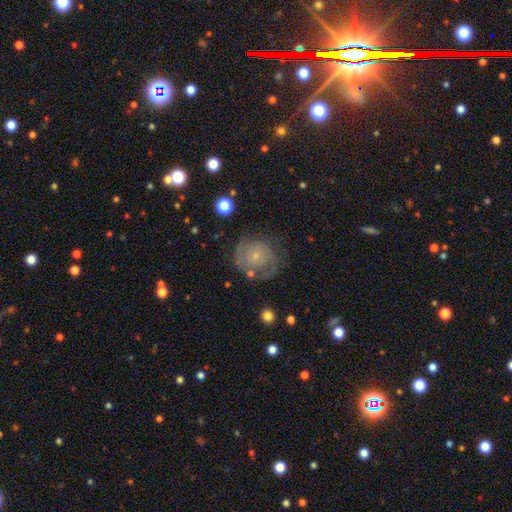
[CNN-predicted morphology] Smooth or featured?
  - featured or disk: 50% *
  - smooth: 39%
  - star or artifact: 11%
Edge-on disk?
  - no: 97% *
  - yes: 3%
Merging?
  - none: 59% *
  - minor disturbance: 23%
  - major disturbance: 16%
  - merger: 3%